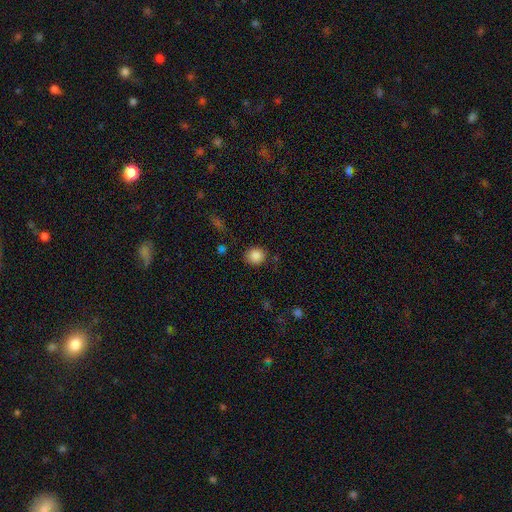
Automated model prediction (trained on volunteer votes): smooth 87%, star or artifact 9%, featured or disk 4%. Down the decision tree: how rounded — round (81%); merging — none (82%).